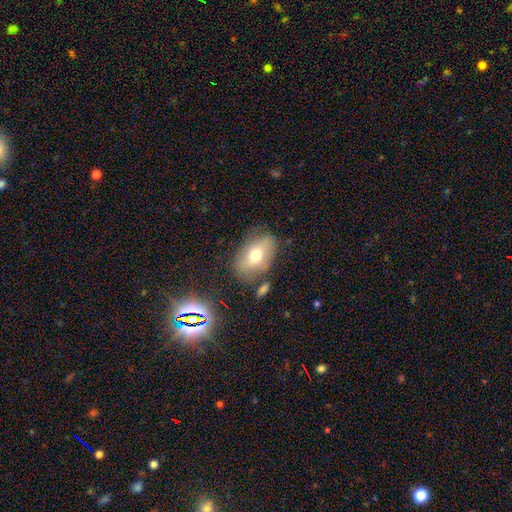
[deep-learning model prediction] Smooth or featured? Predicted: smooth (p=0.60). How rounded? Predicted: in between (p=0.86). Merging? Predicted: none (p=0.70).